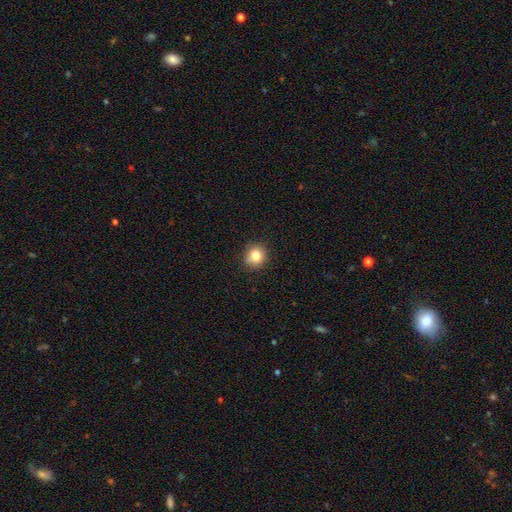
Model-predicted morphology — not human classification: This appears to be a smooth galaxy with no disk features (81%) that is round (87%). Merging: none (82%).